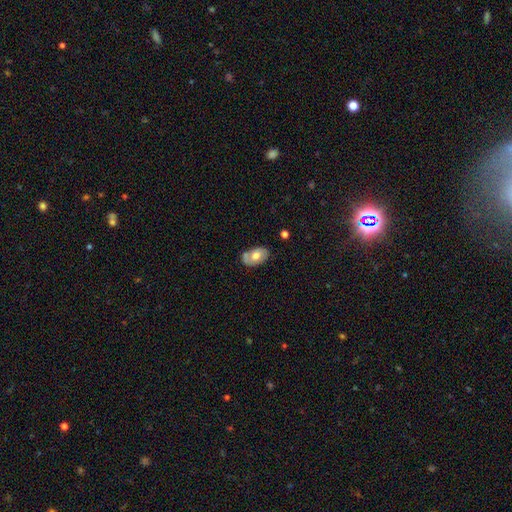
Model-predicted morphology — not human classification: The model was most divided on "smooth or featured": smooth: 57%, featured or disk: 36%, star or artifact: 6%. More confident: how rounded — in between (88%); merging — none (62%).